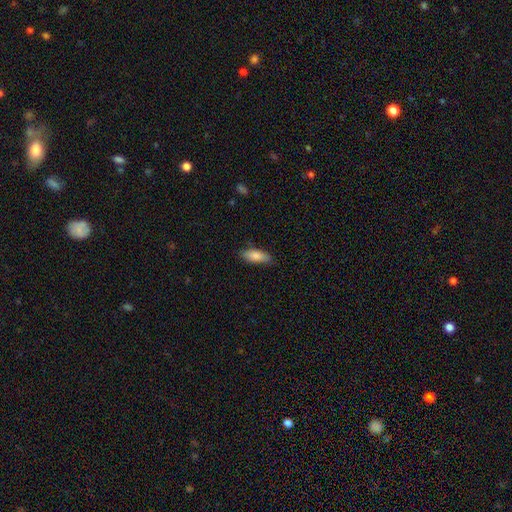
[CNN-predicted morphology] smooth_or_featured: smooth (p=0.83) [alt: featured or disk p=0.11]
how_rounded: in between (p=0.66) [alt: cigar-shaped p=0.32]
merging: none (p=0.82) [alt: minor disturbance p=0.15]